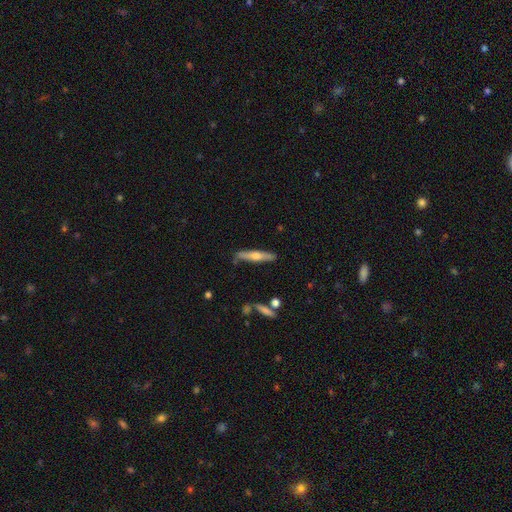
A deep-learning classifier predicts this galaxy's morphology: This appears to be a featured or disk galaxy (51%) viewed edge-on (92%). Merging: none (84%).